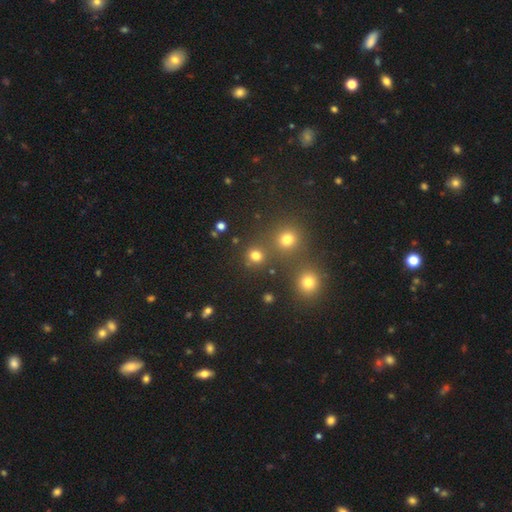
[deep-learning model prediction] Smooth or featured: smooth — 76% (star or artifact — 19%)
How rounded: round — 89% (in between — 10%)
Merging: none — 78% (merger — 12%)